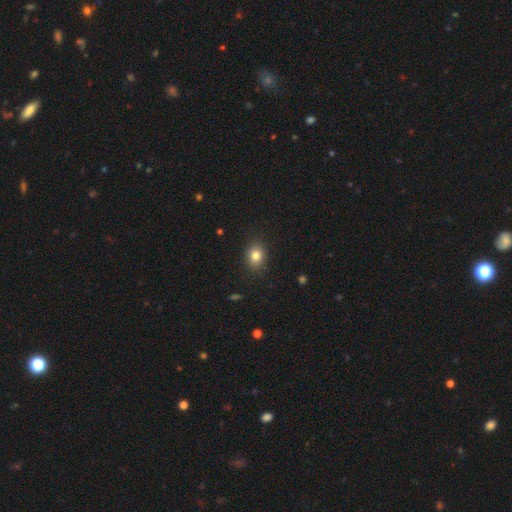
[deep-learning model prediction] Morphology: type=smooth (81%); roundness=round (52%); merging=none (88%).